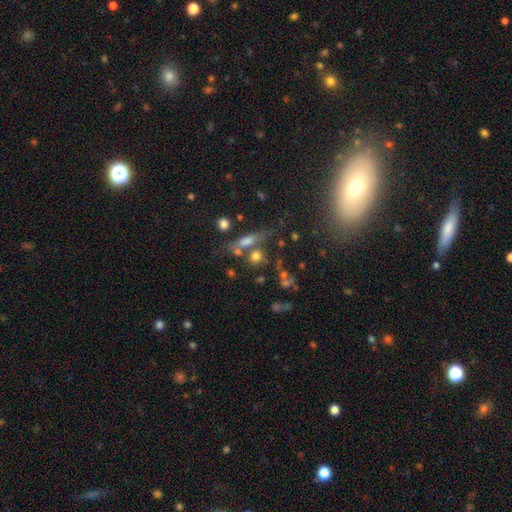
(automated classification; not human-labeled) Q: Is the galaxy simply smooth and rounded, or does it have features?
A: smooth — 59%.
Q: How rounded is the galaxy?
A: round — 40%.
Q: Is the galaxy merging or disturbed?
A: none — 56%.